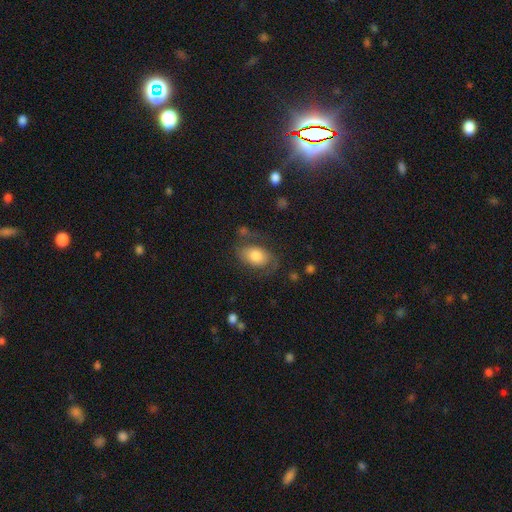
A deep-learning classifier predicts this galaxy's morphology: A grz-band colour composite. It shows a smooth galaxy with no disk features (59%) that is in between round and cigar-shaped (86%). Merging: none (58%).